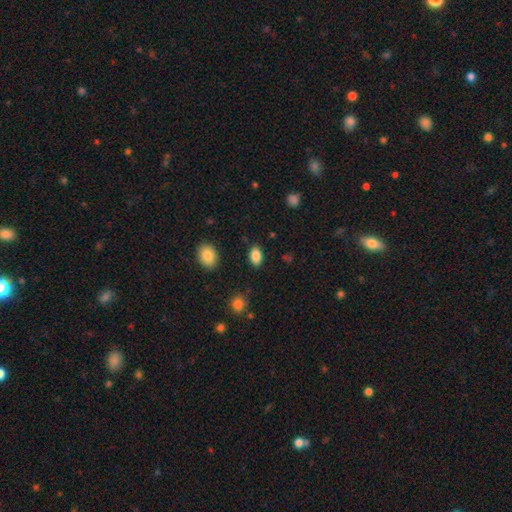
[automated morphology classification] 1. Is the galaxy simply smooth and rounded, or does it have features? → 86% smooth, 9% star or artifact, 5% featured or disk.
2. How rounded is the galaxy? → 89% in between, 9% round, 2% cigar-shaped.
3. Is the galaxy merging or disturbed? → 86% none, 9% minor disturbance, 3% major disturbance, 2% merger.